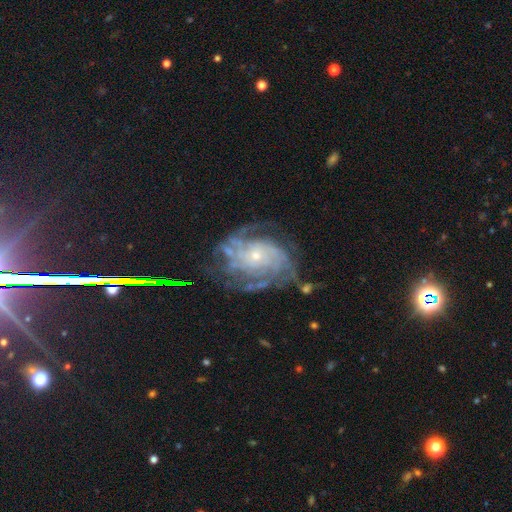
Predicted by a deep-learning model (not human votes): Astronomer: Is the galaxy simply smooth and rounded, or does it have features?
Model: featured or disk — 87%.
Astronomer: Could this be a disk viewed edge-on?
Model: no — 97%.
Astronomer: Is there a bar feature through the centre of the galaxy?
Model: no — 79%.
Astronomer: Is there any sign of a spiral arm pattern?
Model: yes — 96%.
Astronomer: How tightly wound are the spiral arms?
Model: tight — 64%.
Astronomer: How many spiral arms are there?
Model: can't tell — 28% (runner-up: 4, 22%).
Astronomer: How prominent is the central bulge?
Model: small — 77%.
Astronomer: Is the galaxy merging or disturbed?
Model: none — 65%.